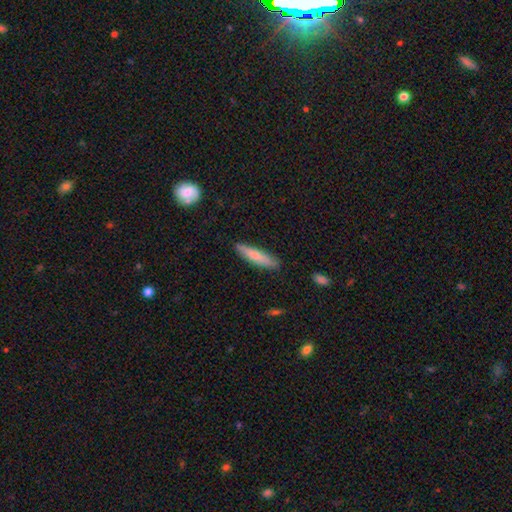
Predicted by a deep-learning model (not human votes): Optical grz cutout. It shows a smooth galaxy with no disk features (74%) that is cigar-shaped (83%). Merging: none (86%).